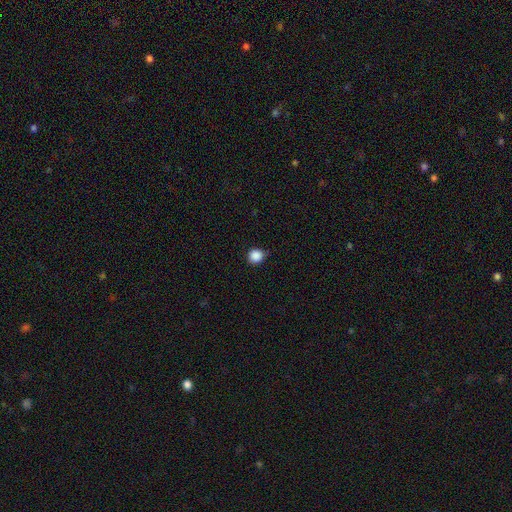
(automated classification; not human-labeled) Q: Smooth or featured?
A: smooth (88%); runner-up: star or artifact (10%)
Q: How rounded?
A: round (92%); runner-up: in between (7%)
Q: Merging?
A: none (85%); runner-up: minor disturbance (12%)